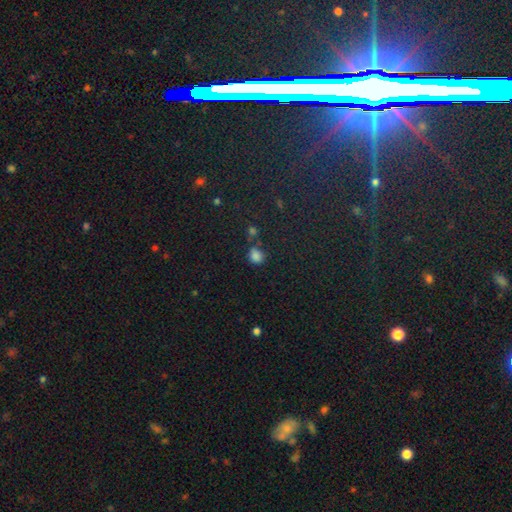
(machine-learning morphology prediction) A smooth galaxy with no disk features (79%) that is round (61%). Merging: none (60%).